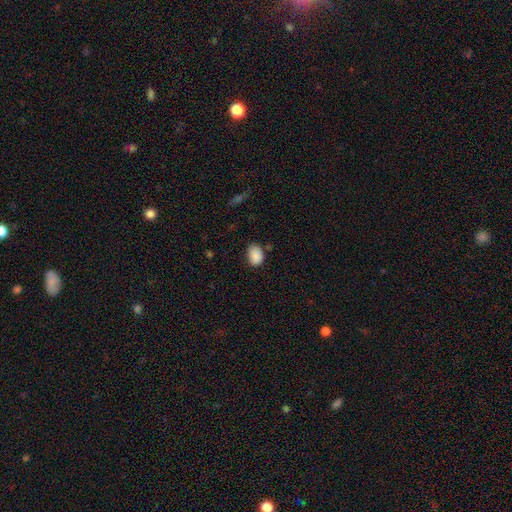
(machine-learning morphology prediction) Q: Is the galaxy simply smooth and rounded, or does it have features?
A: smooth — 88%.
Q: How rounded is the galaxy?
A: in between — 77%.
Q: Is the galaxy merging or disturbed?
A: none — 73%.